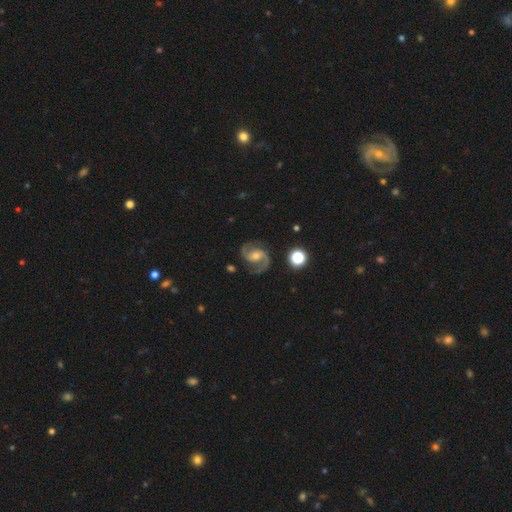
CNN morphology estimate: Q: Smooth or featured?
A: featured or disk (90%); runner-up: star or artifact (5%)
Q: Edge-on disk?
A: no (98%); runner-up: yes (2%)
Q: Bar?
A: no (47%); runner-up: weak (40%)
Q: Spiral arms?
A: yes (98%); runner-up: no (2%)
Q: Spiral winding?
A: medium (60%); runner-up: loose (21%)
Q: Spiral arm count?
A: 2 (93%); runner-up: can't tell (2%)
Q: Bulge size?
A: moderate (54%); runner-up: small (39%)
Q: Merging?
A: none (81%); runner-up: minor disturbance (12%)